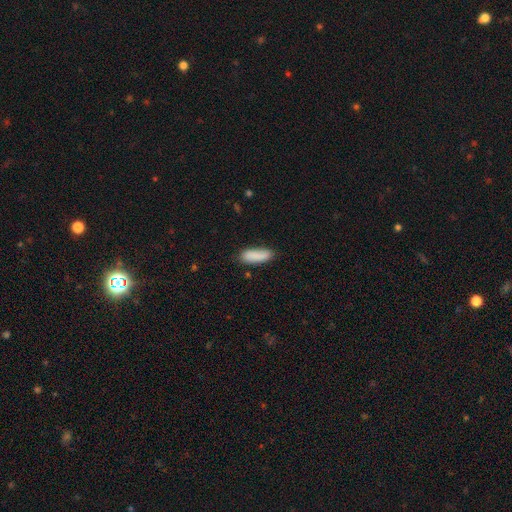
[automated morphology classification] Q: Smooth or featured?
A: smooth (85%); runner-up: featured or disk (8%)
Q: How rounded?
A: in between (64%); runner-up: cigar-shaped (35%)
Q: Merging?
A: none (74%); runner-up: minor disturbance (20%)